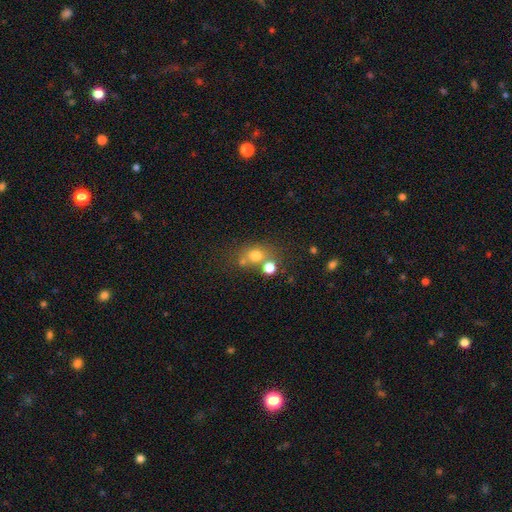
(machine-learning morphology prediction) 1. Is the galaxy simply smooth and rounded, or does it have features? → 69% smooth, 18% star or artifact, 13% featured or disk.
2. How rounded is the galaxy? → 68% round, 31% in between, 1% cigar-shaped.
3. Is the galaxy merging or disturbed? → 54% none, 28% merger, 12% minor disturbance, 6% major disturbance.